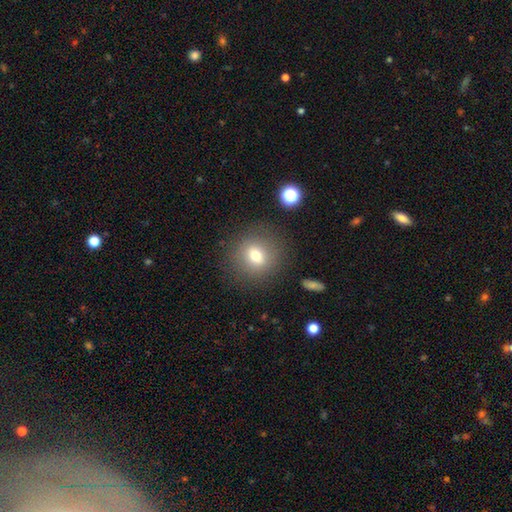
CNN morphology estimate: type=smooth (74%); roundness=round (83%); merging=none (84%).